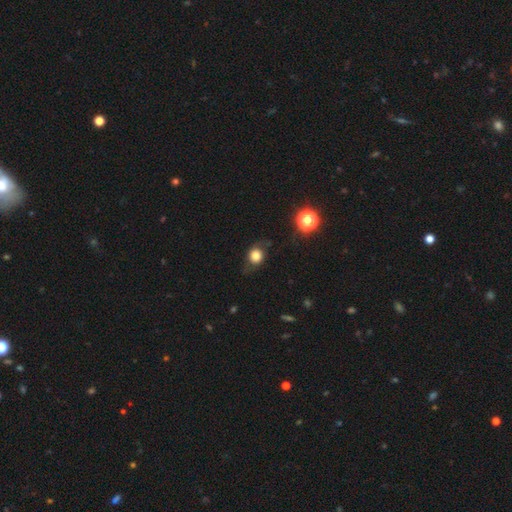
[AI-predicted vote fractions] Smooth or featured? Predicted: smooth (p=0.75). How rounded? Predicted: round (p=0.74). Merging? Predicted: none (p=0.66).